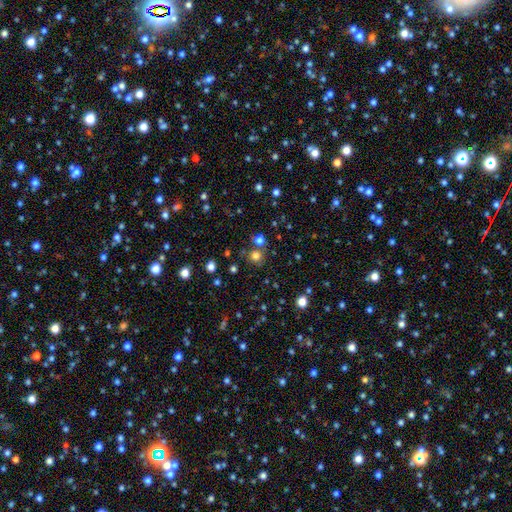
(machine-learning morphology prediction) Smooth or featured?
  - smooth: 75% *
  - star or artifact: 19%
  - featured or disk: 6%
How rounded?
  - round: 91% *
  - in between: 9%
  - cigar-shaped: 1%
Merging?
  - none: 73% *
  - merger: 14%
  - minor disturbance: 9%
  - major disturbance: 4%